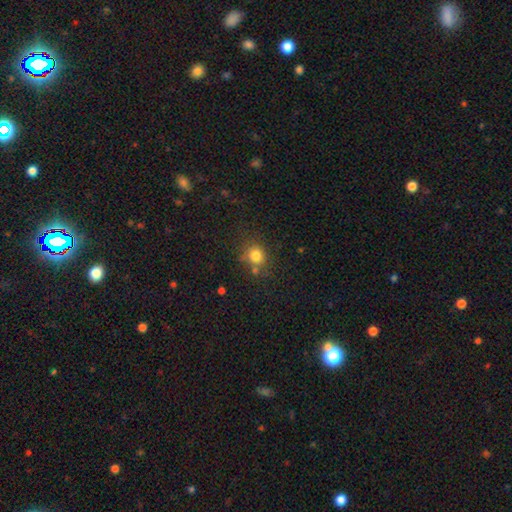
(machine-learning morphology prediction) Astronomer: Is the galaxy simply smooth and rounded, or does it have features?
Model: smooth — 79%.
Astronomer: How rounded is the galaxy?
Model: round — 77%.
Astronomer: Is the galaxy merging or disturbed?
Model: none — 68%.